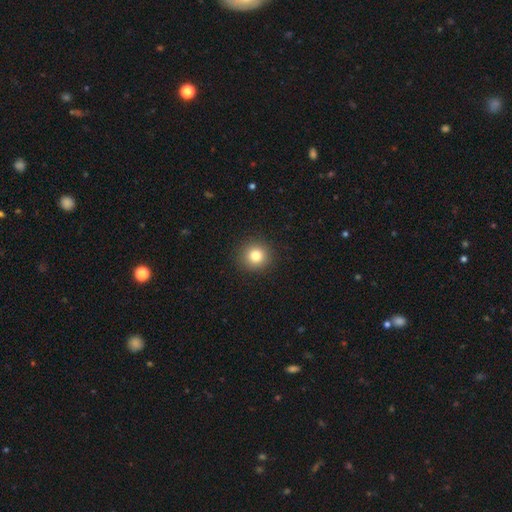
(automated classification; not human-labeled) Smooth or featured?
  - smooth: 81% *
  - star or artifact: 12%
  - featured or disk: 8%
How rounded?
  - round: 93% *
  - in between: 6%
  - cigar-shaped: 1%
Merging?
  - none: 92% *
  - minor disturbance: 5%
  - major disturbance: 2%
  - merger: 1%